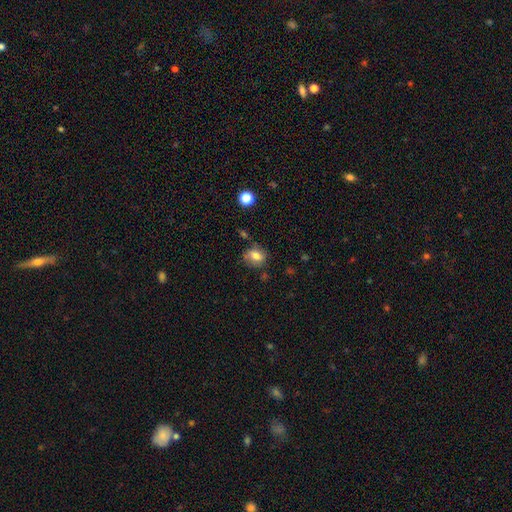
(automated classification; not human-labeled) This appears to be a smooth galaxy with no disk features (74%) that is in between round and cigar-shaped (52%). Merging: none (68%).